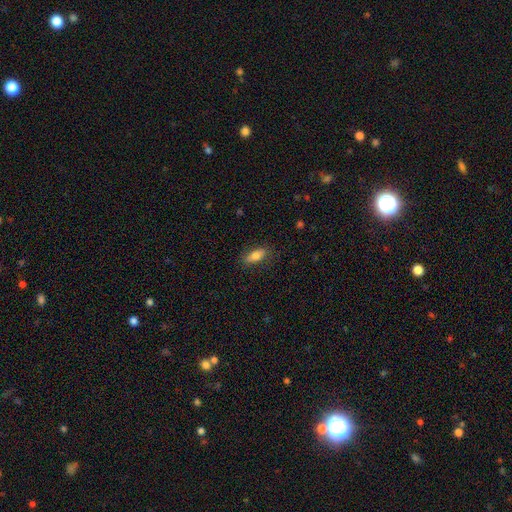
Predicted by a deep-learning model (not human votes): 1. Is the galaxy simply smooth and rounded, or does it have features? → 76% smooth, 17% featured or disk, 7% star or artifact.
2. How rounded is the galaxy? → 76% in between, 21% cigar-shaped, 3% round.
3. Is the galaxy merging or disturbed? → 81% none, 14% minor disturbance, 4% major disturbance, 1% merger.